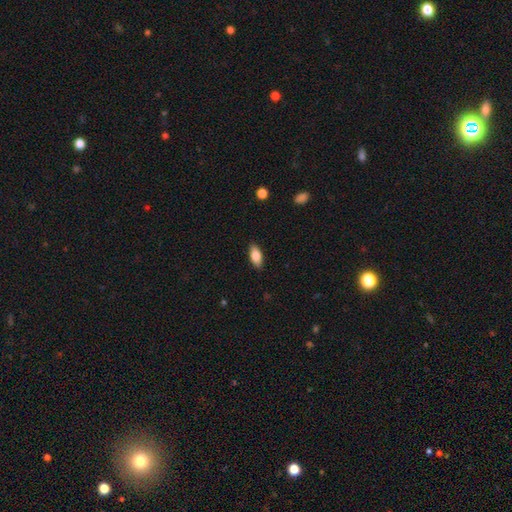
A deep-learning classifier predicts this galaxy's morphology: Overall: smooth (82%). How rounded: in between (88%). Merging: none (88%).